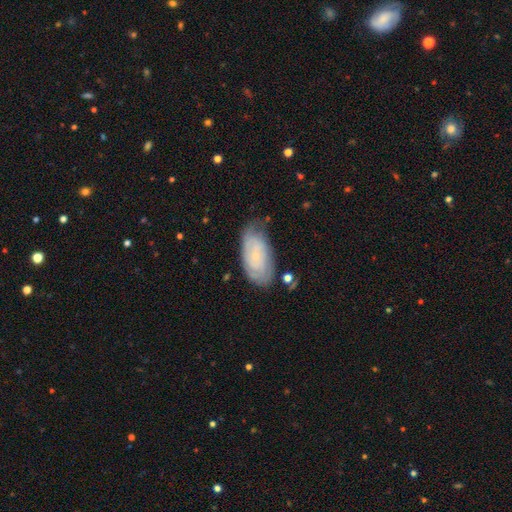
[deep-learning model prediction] smooth_or_featured: featured or disk (p=0.57) [alt: smooth p=0.34]
disk_edge_on: no (p=0.94) [alt: yes p=0.06]
bar: no (p=0.69) [alt: weak p=0.26]
has_spiral_arms: yes (p=0.85) [alt: no p=0.15]
bulge_size: small (p=0.75) [alt: none p=0.13]
merging: none (p=0.61) [alt: minor disturbance p=0.28]